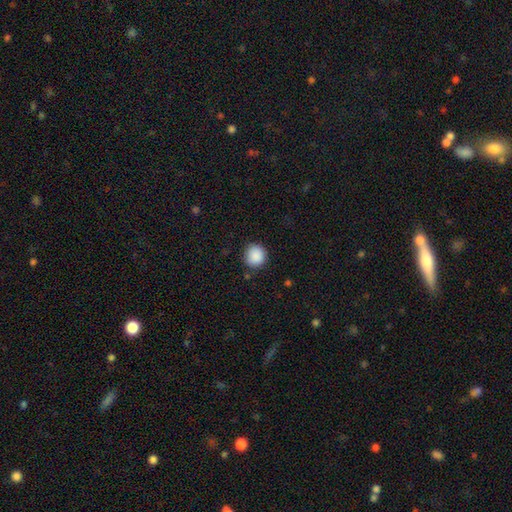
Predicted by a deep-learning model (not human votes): Smooth or featured? smooth (89%)
How rounded? round (92%)
Merging? none (86%)